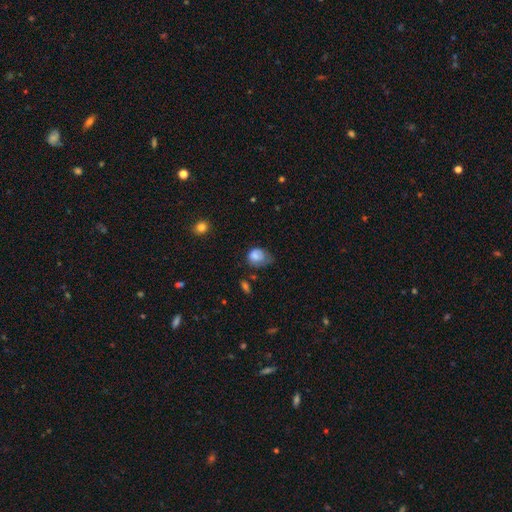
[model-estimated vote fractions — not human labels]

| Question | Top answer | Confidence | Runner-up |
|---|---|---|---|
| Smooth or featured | smooth | 77% | featured or disk (14%) |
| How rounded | round | 50% | in between (49%) |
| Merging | minor disturbance | 41% | none (32%) |